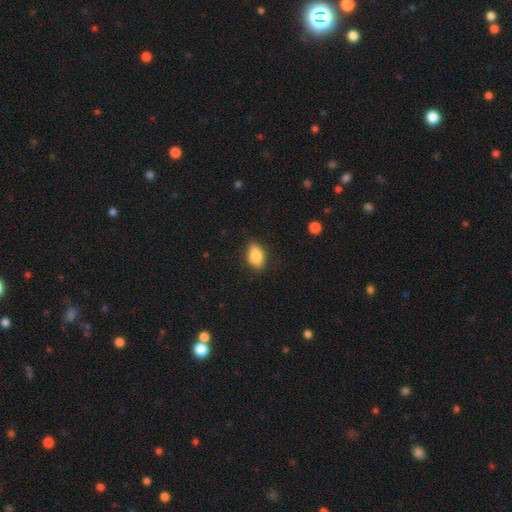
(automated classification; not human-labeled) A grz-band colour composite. It shows a smooth galaxy with no disk features (84%) that is in between round and cigar-shaped (86%). Merging: none (82%).